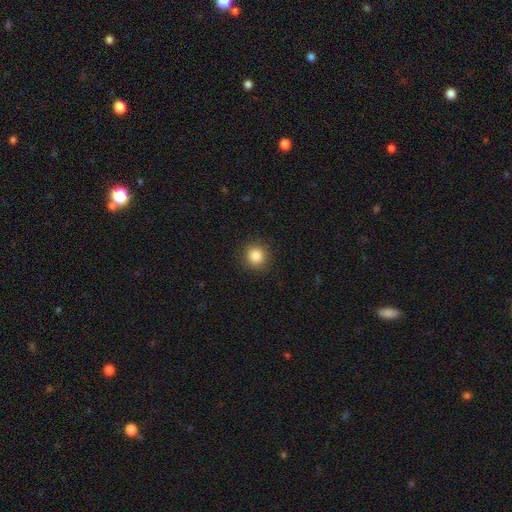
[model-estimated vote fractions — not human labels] Morphology: type=smooth (85%); roundness=round (93%); merging=none (91%).